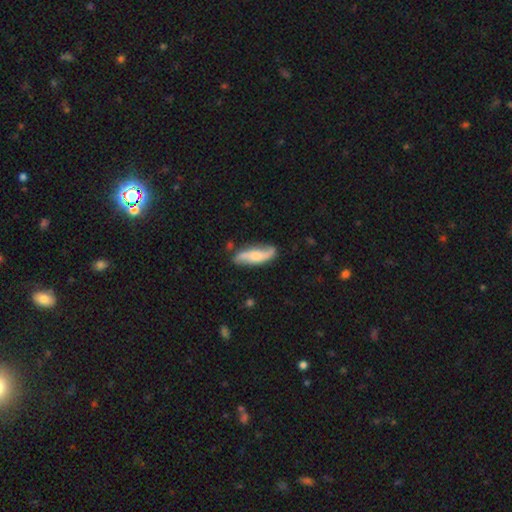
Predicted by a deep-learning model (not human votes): featured or disk 60%, smooth 35%, star or artifact 6%. Down the decision tree: edge-on disk — no (80%); merging — none (74%).